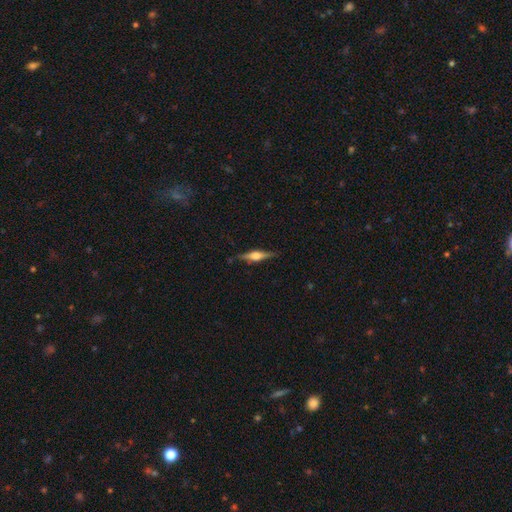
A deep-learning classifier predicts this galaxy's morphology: A featured or disk galaxy (71%) viewed edge-on (97%) with a rounded central bulge (83%). Merging: none (86%).